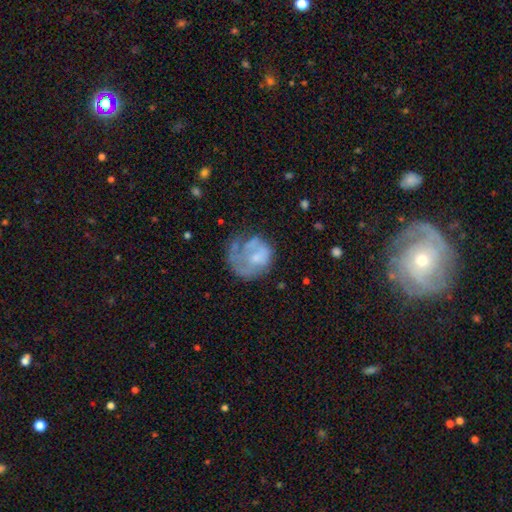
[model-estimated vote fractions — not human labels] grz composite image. It shows a featured or disk galaxy (48%). Merging: major disturbance (38%).